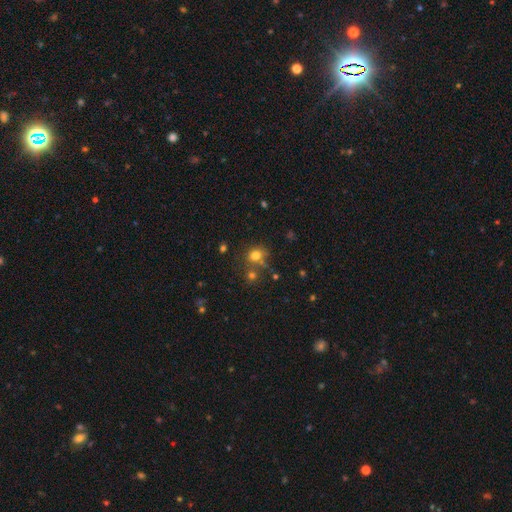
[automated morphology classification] The model was most divided on "merging": none: 58%, merger: 23%, minor disturbance: 13%, major disturbance: 6%. More confident: smooth or featured — smooth (74%); how rounded — round (70%).